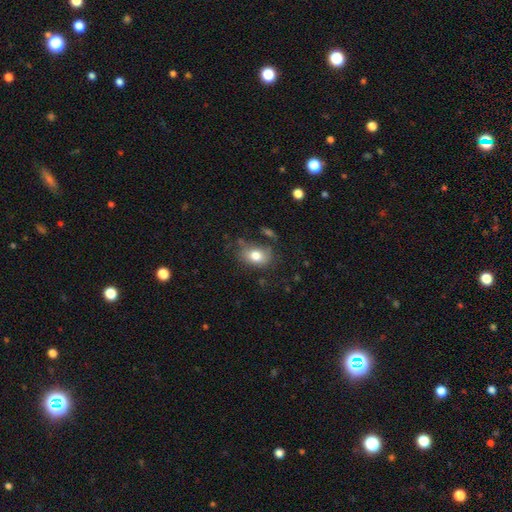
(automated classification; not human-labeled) Q: Smooth or featured?
A: smooth (78%); runner-up: featured or disk (13%)
Q: How rounded?
A: in between (76%); runner-up: round (23%)
Q: Merging?
A: none (64%); runner-up: minor disturbance (22%)